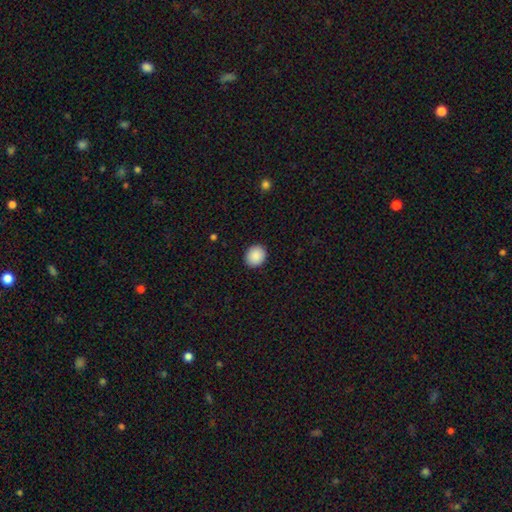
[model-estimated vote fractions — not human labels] Overall: smooth (90%). How rounded: round (74%). Merging: none (91%).